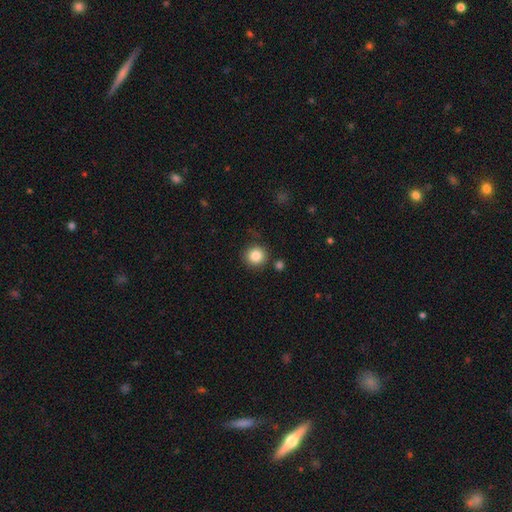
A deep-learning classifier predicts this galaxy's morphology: type=smooth (85%); roundness=round (93%); merging=none (84%).